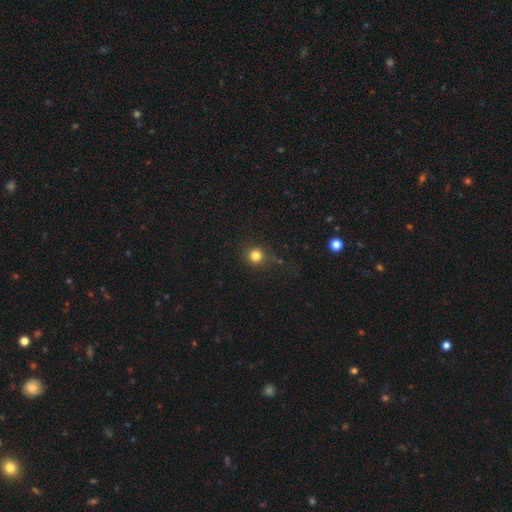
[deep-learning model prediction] smooth_or_featured: smooth (p=0.81) [alt: star or artifact p=0.14]
how_rounded: round (p=0.92) [alt: in between p=0.07]
merging: none (p=0.82) [alt: minor disturbance p=0.11]